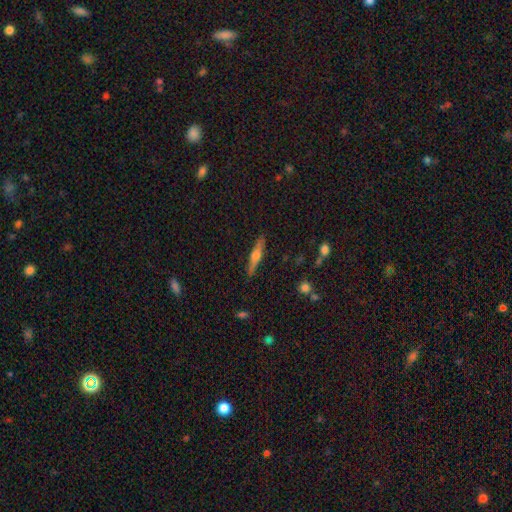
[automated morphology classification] featured or disk 55%, smooth 39%, star or artifact 6%. Down the decision tree: edge-on disk — yes (95%); edge-on bulge — rounded (85%); merging — none (88%).